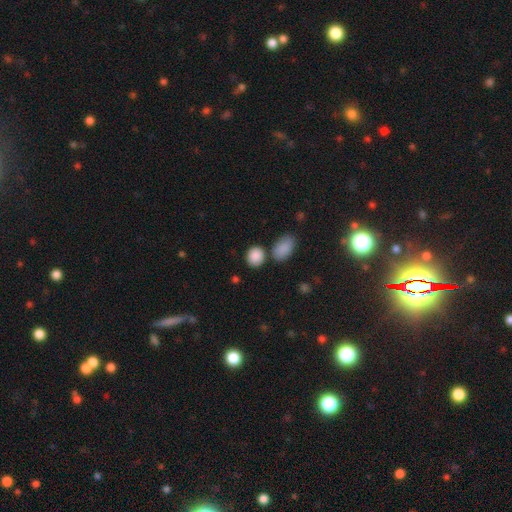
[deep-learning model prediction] Q: Smooth or featured?
A: smooth (88%); runner-up: star or artifact (8%)
Q: How rounded?
A: round (55%); runner-up: in between (44%)
Q: Merging?
A: none (69%); runner-up: merger (15%)